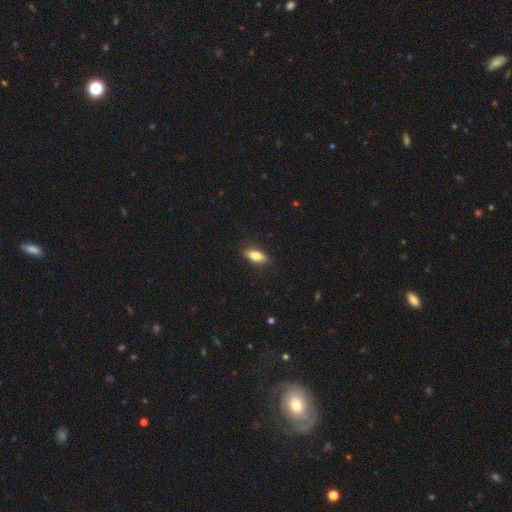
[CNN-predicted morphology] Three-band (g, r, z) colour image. It shows a smooth galaxy with no disk features (79%) that is in between round and cigar-shaped (75%). Merging: none (88%).